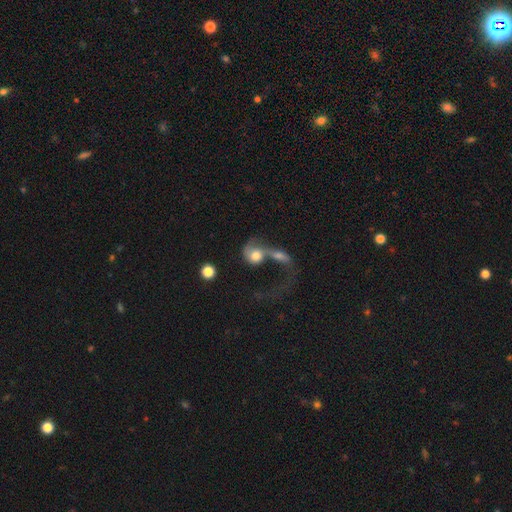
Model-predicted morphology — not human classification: Smooth or featured: smooth — 51% (featured or disk — 41%)
How rounded: round — 61% (in between — 36%)
Merging: merger — 69% (major disturbance — 18%)